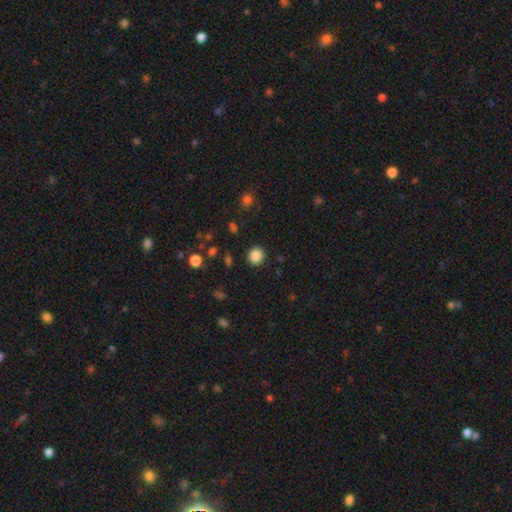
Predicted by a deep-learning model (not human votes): Smooth or featured? smooth (87%)
How rounded? round (90%)
Merging? none (90%)